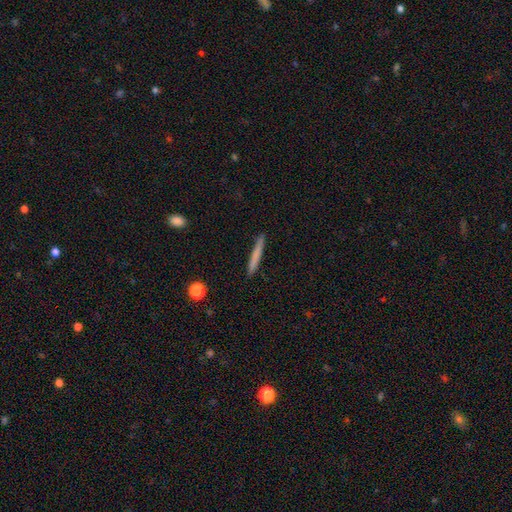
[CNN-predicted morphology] Overall: smooth (70%). How rounded: cigar-shaped (96%). Merging: none (90%).